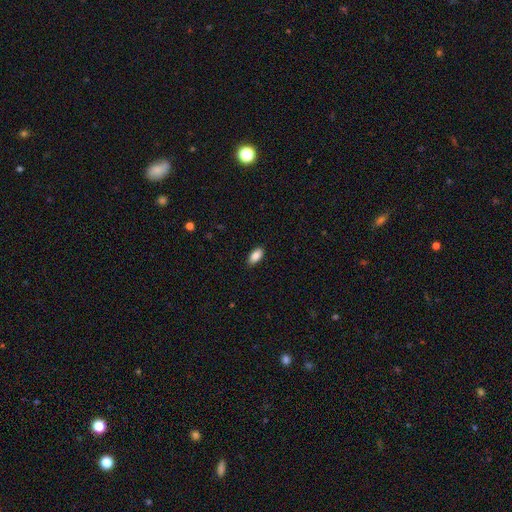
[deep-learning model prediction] Q: Smooth or featured?
A: smooth (86%); runner-up: featured or disk (7%)
Q: How rounded?
A: in between (91%); runner-up: cigar-shaped (6%)
Q: Merging?
A: none (88%); runner-up: minor disturbance (9%)